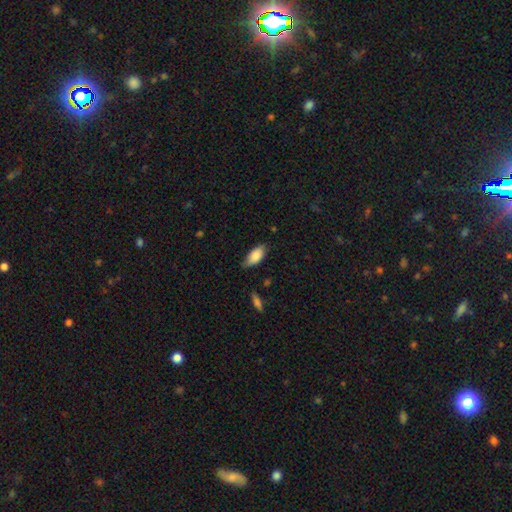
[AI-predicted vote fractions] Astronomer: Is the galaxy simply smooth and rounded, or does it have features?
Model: smooth — 84%.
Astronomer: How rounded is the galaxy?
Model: in between — 90%.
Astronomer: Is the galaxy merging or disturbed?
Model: none — 66%.